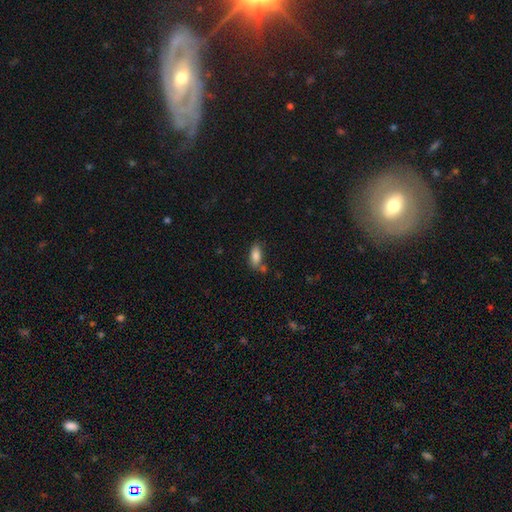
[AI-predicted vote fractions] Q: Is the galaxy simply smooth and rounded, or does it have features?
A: smooth — 84%.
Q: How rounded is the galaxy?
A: in between — 84%.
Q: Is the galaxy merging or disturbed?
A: none — 62%.